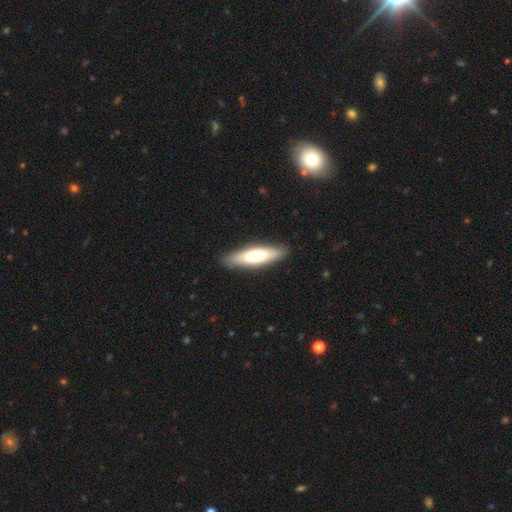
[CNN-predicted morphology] This appears to be a smooth galaxy with no disk features (64%) that is cigar-shaped (61%). Merging: none (88%).